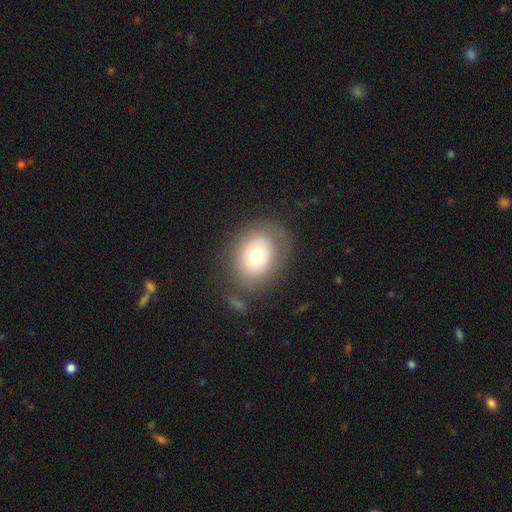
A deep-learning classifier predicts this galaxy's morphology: Q: Smooth or featured?
A: smooth (70%); runner-up: featured or disk (19%)
Q: How rounded?
A: round (51%); runner-up: in between (48%)
Q: Merging?
A: none (74%); runner-up: minor disturbance (15%)